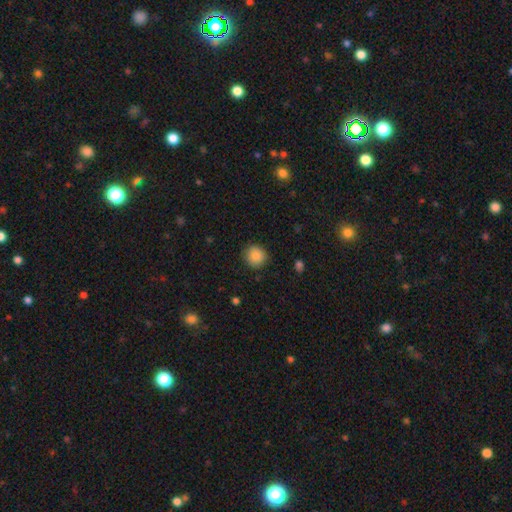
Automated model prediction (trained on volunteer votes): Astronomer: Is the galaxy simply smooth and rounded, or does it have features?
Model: smooth — 86%.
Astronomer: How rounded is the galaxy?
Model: round — 90%.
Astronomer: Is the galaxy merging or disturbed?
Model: none — 87%.